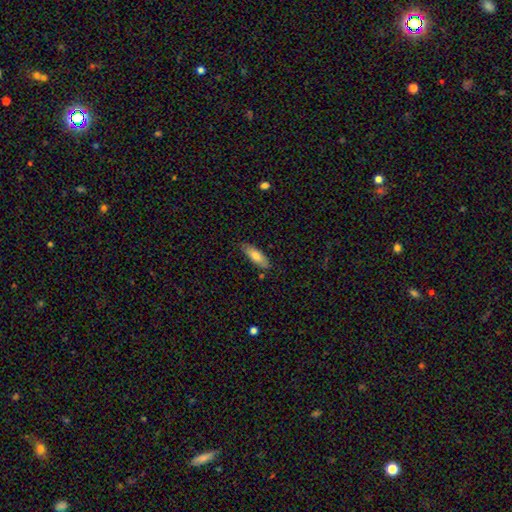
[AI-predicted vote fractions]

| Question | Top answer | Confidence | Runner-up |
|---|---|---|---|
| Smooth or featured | smooth | 75% | featured or disk (18%) |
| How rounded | in between | 63% | cigar-shaped (35%) |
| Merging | none | 79% | minor disturbance (16%) |